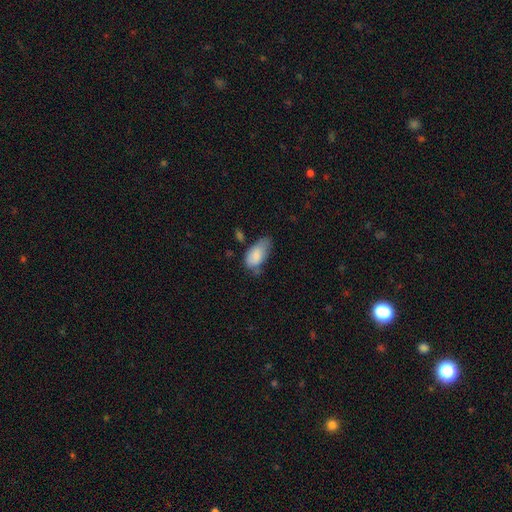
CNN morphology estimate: A smooth galaxy with no disk features (82%) that is in between round and cigar-shaped (93%). Merging: minor disturbance (43%).